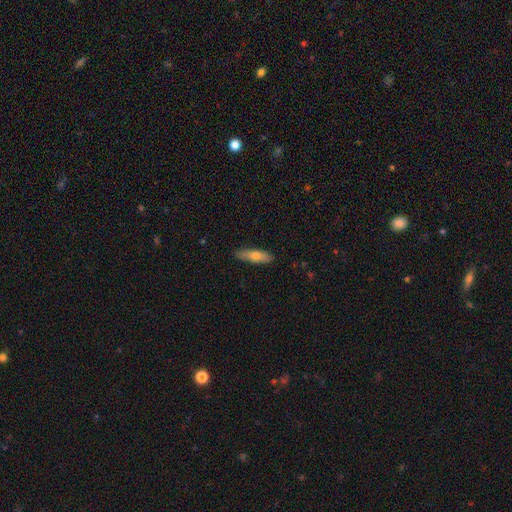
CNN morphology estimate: The model was most divided on "how rounded": cigar-shaped: 60%, in between: 38%, round: 2%. More confident: merging — none (87%); smooth or featured — smooth (67%).